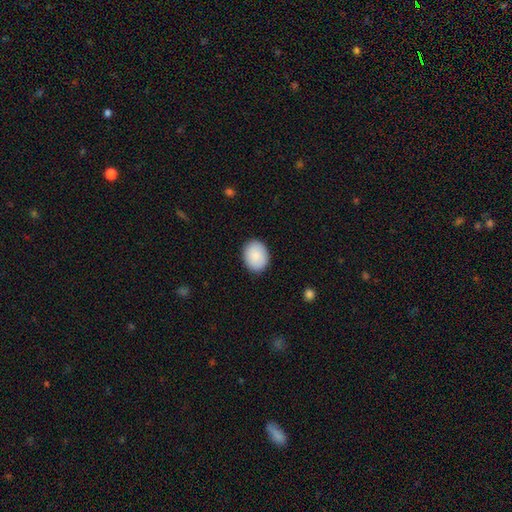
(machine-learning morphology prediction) smooth-or-featured: smooth: 88% | star or artifact: 6% | featured or disk: 6%
  how-rounded: in between: 56% | round: 43% | cigar-shaped: 1%
  merging: none: 89% | minor disturbance: 8% | major disturbance: 2% | merger: 1%